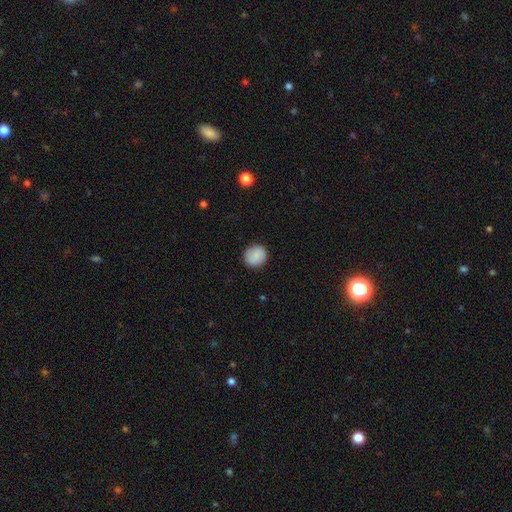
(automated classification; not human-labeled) Smooth or featured? Predicted: smooth (p=0.84). How rounded? Predicted: round (p=0.87). Merging? Predicted: none (p=0.89).